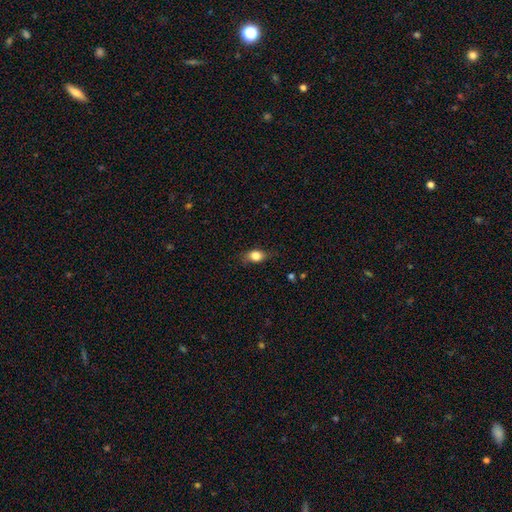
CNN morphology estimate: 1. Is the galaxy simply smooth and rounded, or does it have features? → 82% smooth, 9% featured or disk, 9% star or artifact.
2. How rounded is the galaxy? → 73% in between, 23% round, 4% cigar-shaped.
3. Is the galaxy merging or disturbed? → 73% none, 21% minor disturbance, 5% major disturbance, 1% merger.